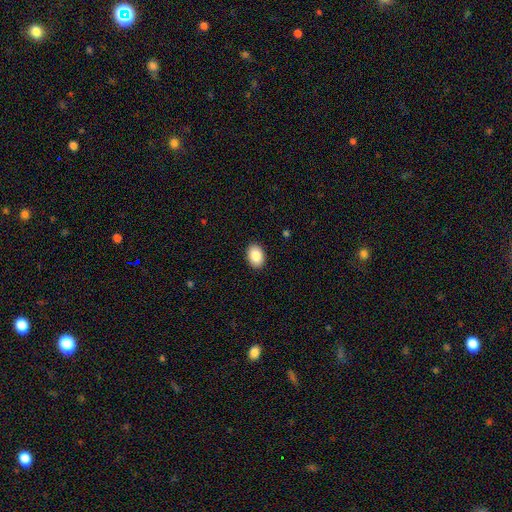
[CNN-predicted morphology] type=smooth (88%); roundness=in between (82%); merging=none (90%).